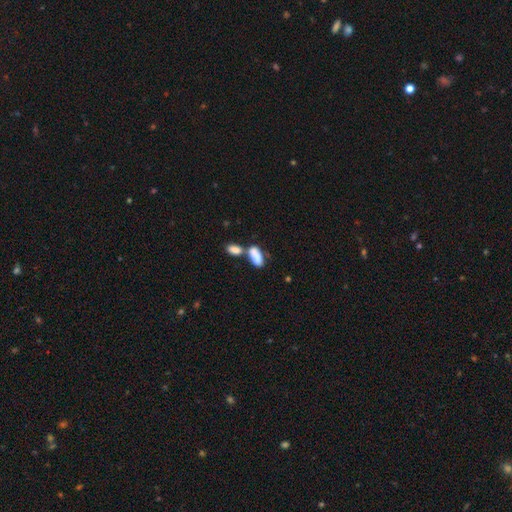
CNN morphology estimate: smooth 79%, featured or disk 13%, star or artifact 7%. Down the decision tree: how rounded — in between (88%); merging — merger (61%).